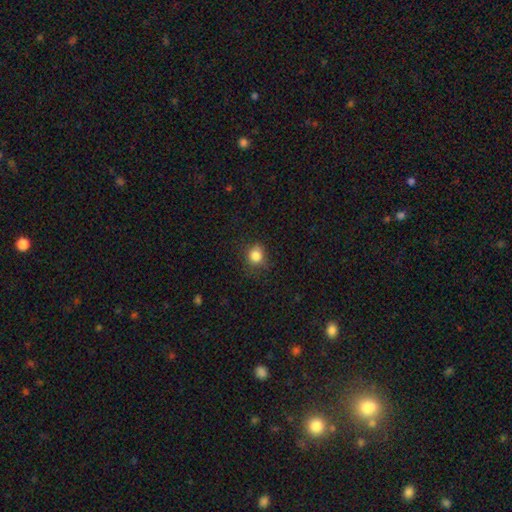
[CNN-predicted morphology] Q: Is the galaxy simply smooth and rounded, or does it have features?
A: smooth — 84%.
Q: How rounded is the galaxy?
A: round — 77%.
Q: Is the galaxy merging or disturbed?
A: none — 76%.